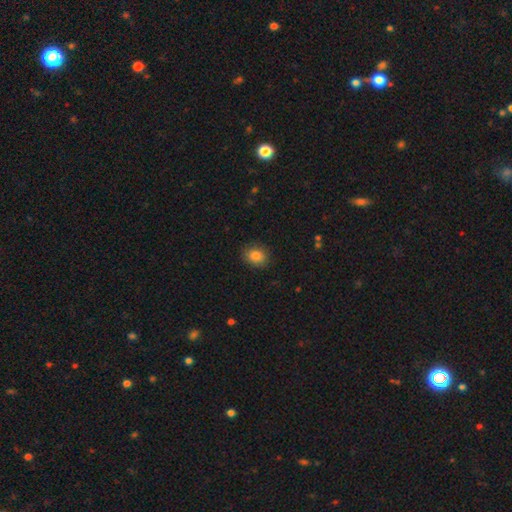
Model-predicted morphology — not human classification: A smooth galaxy with no disk features (85%) that is in between round and cigar-shaped (51%). Merging: none (86%).